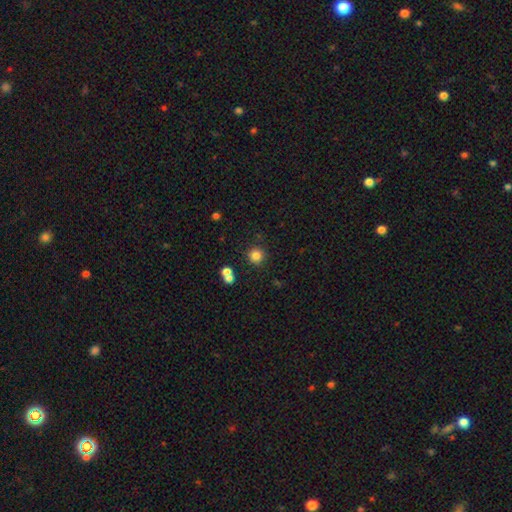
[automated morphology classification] A smooth galaxy with no disk features (82%) that is round (94%). Merging: none (84%).